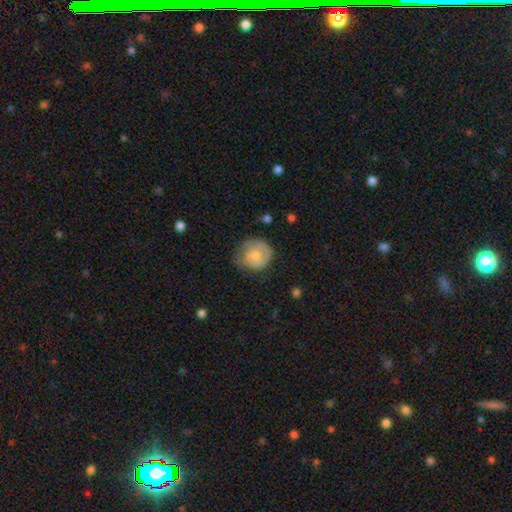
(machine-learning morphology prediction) Smooth or featured: smooth — 66% (featured or disk — 28%)
How rounded: round — 80% (in between — 19%)
Merging: none — 57% (minor disturbance — 30%)